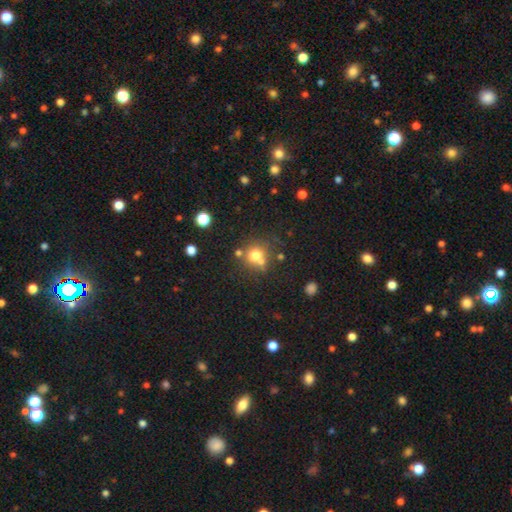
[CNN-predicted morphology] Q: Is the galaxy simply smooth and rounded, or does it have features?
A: smooth — 70%.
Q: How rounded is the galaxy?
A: round — 86%.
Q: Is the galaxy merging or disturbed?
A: none — 57%.